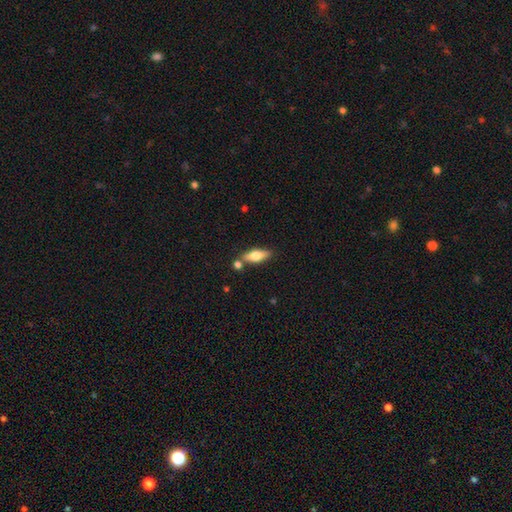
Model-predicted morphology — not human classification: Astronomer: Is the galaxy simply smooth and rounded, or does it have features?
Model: smooth — 61%.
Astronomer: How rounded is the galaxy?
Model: in between — 60% (runner-up: cigar-shaped, 37%).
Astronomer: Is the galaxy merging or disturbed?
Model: none — 73%.